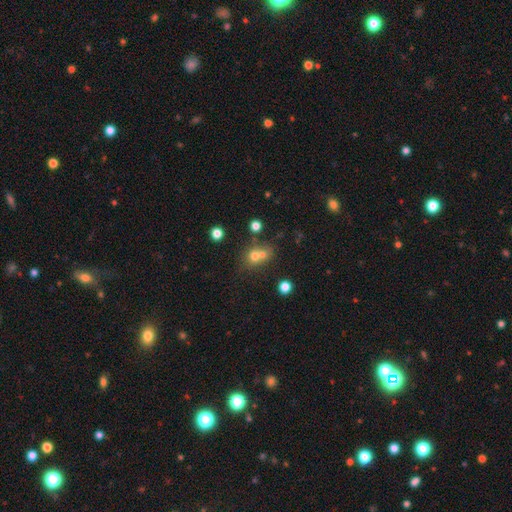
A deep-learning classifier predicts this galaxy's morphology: Smooth or featured: smooth — 67% (star or artifact — 17%)
How rounded: round — 76% (in between — 23%)
Merging: merger — 53% (none — 36%)